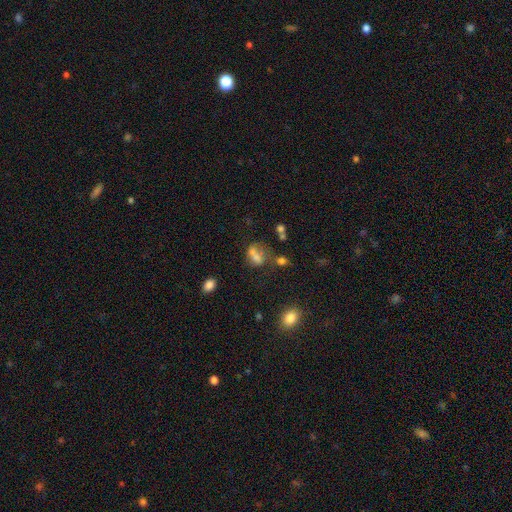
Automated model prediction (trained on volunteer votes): A smooth galaxy with no disk features (62%) that is in between round and cigar-shaped (67%). Merging: merger (32%, tied with none).